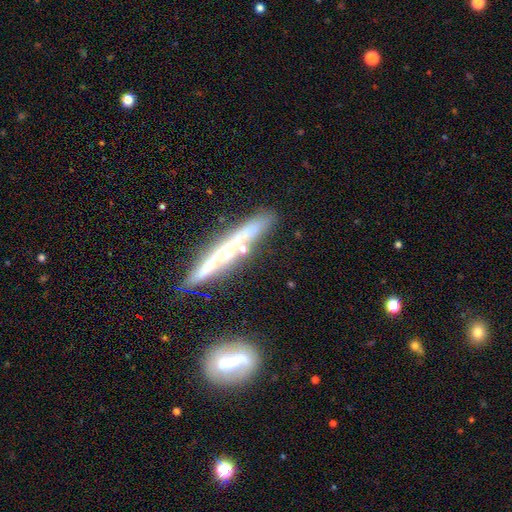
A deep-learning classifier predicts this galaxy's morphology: A featured or disk galaxy (65%) viewed edge-on (92%) with no central bulge (53%).

Vote fractions:
- Smooth or featured? featured or disk: 65% / smooth: 25% / star or artifact: 10%
- Edge-on disk? yes: 92% / no: 8%
- Edge-on bulge? none: 53% / rounded: 39% / boxy: 8%
- Merging? none: 79% / minor disturbance: 13% / merger: 6% / major disturbance: 3%